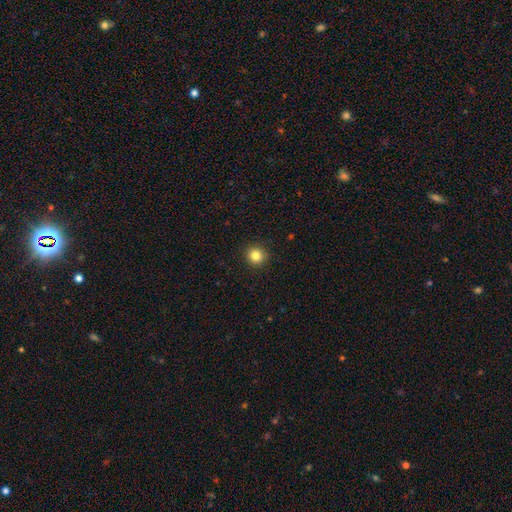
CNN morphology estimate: Smooth or featured? smooth (84%)
How rounded? round (91%)
Merging? none (92%)